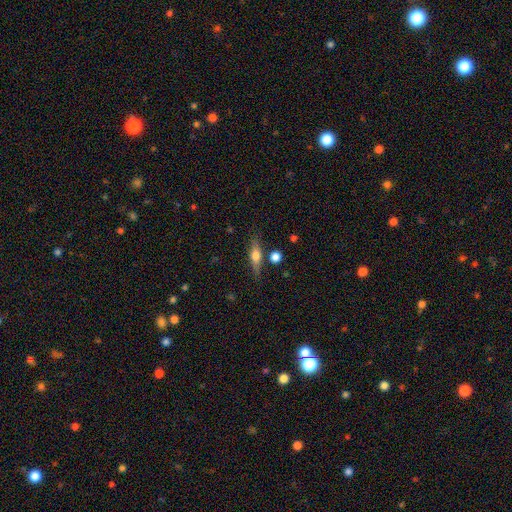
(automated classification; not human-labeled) This is possibly a smooth galaxy (47%). Merging: likely none (76%).